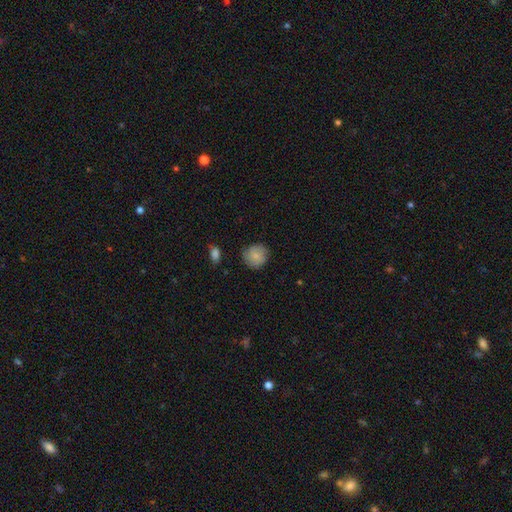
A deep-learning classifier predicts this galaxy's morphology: Smooth or featured: smooth — 78% (featured or disk — 15%)
How rounded: round — 87% (in between — 12%)
Merging: none — 79% (minor disturbance — 16%)